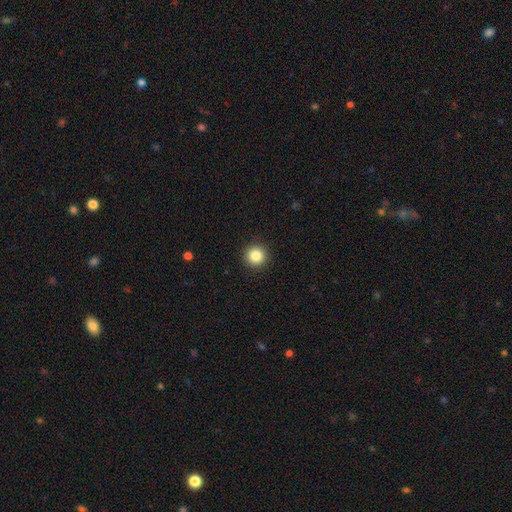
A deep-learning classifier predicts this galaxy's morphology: The model was most divided on "smooth or featured": smooth: 85%, star or artifact: 10%, featured or disk: 4%. More confident: how rounded — round (96%); merging — none (93%).